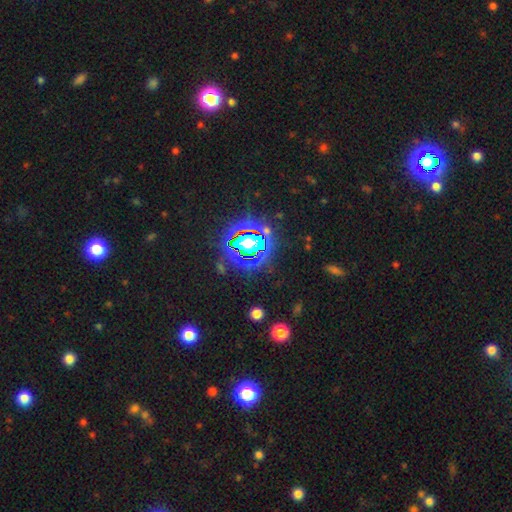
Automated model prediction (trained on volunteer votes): smooth-or-featured: star or artifact: 83% | smooth: 10% | featured or disk: 7%